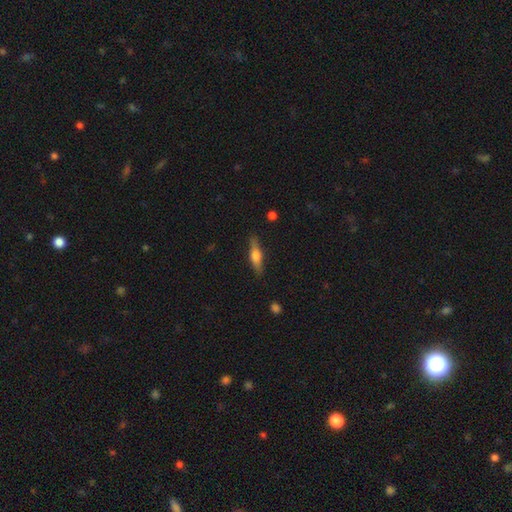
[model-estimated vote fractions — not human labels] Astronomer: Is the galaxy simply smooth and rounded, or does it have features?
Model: featured or disk — 53% (runner-up: smooth, 40%).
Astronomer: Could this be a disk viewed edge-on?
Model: yes — 94%.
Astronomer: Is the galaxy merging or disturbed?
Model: none — 85%.